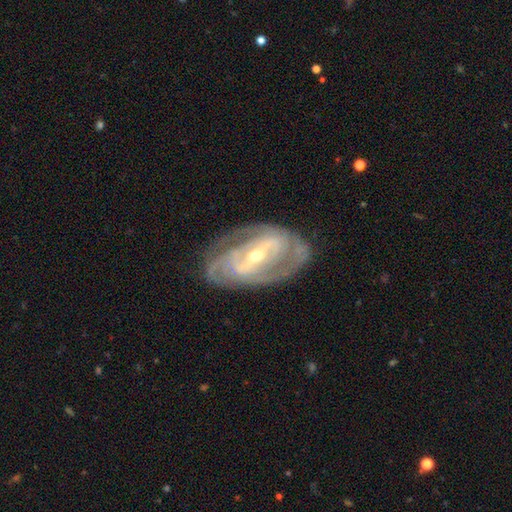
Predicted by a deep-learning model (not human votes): smooth-or-featured: featured or disk: 88% | smooth: 7% | star or artifact: 5%
  disk-edge-on: no: 94% | yes: 6%
    bar: strong: 61% | weak: 28% | no: 11%
    has-spiral-arms: yes: 92% | no: 8%
      spiral-winding: tight: 56% | medium: 35% | loose: 9%
      spiral-arm-count: 2: 49% | can't tell: 23% | 3: 16% | 4: 6% | 1: 4% | more than 4: 3%
    bulge-size: small: 56% | moderate: 41% | large: 2% | none: 1% | dominant: 1%
  merging: none: 73% | minor disturbance: 17% | major disturbance: 8% | merger: 1%